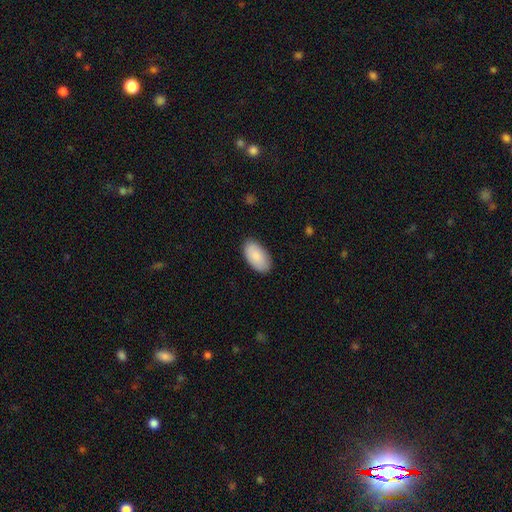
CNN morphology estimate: type=smooth (87%); roundness=in between (96%); merging=none (86%).